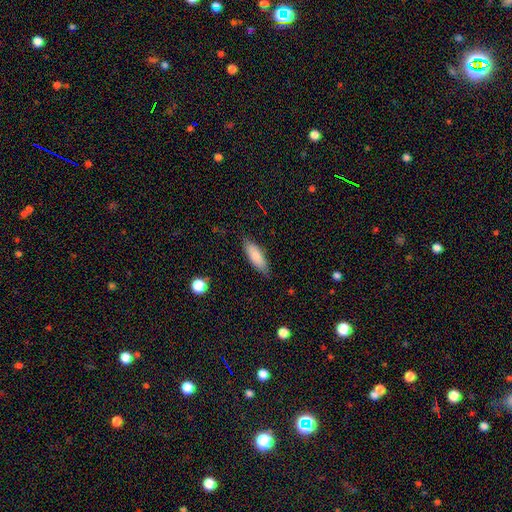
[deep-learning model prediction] Overall: smooth (83%). How rounded: in between (63%; cigar-shaped 35%). Merging: none (82%).